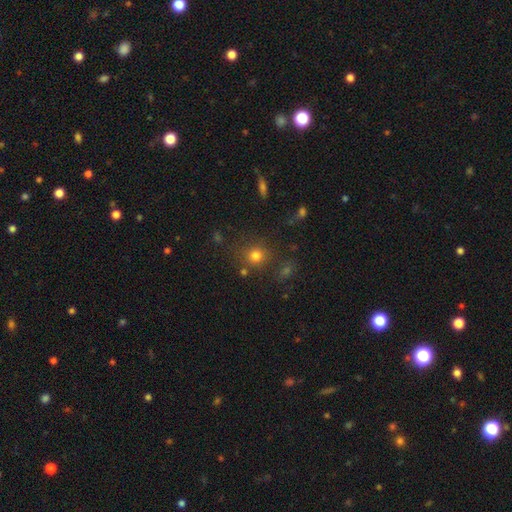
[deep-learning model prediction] Smooth or featured? Predicted: smooth (p=0.76). How rounded? Predicted: round (p=0.88). Merging? Predicted: none (p=0.78).